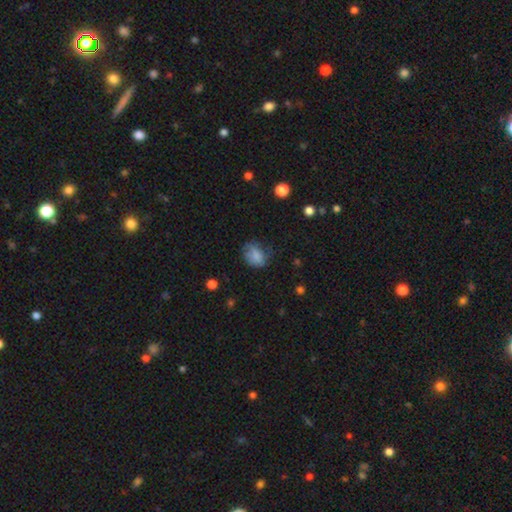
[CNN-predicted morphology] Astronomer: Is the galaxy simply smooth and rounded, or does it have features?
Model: smooth — 76%.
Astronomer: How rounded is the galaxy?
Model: in between — 57% (runner-up: round, 42%).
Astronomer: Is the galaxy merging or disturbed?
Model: none — 52% (runner-up: minor disturbance, 31%).